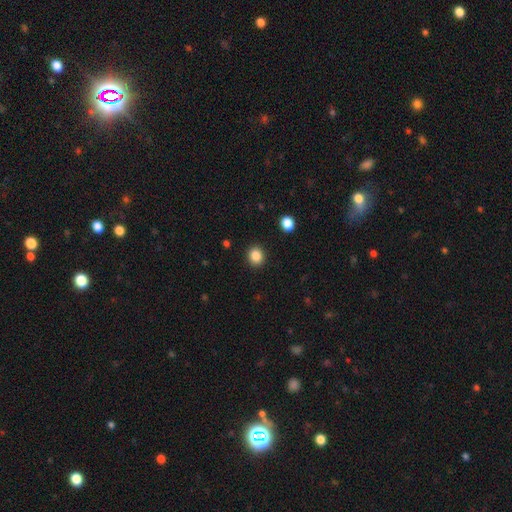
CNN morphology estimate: This is clearly a smooth galaxy (86%). How rounded: likely round (76%). Merging: clearly none (91%).